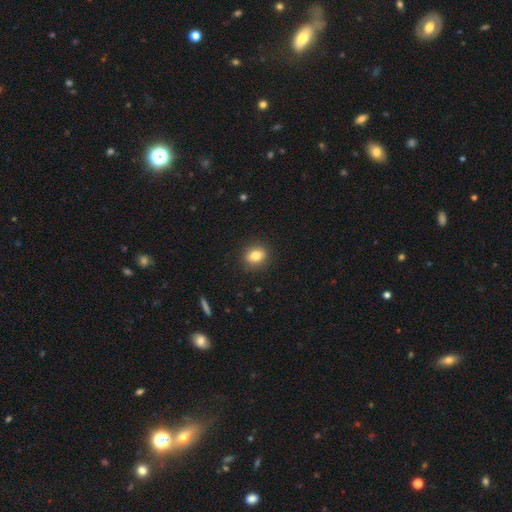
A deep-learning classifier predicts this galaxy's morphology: Smooth or featured? Predicted: smooth (p=0.82). How rounded? Predicted: round (p=0.55). Merging? Predicted: none (p=0.90).